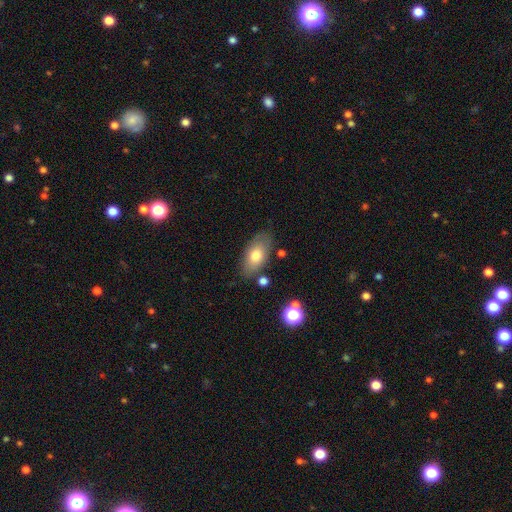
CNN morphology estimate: Q: Smooth or featured?
A: smooth (72%); runner-up: featured or disk (21%)
Q: How rounded?
A: in between (91%); runner-up: round (5%)
Q: Merging?
A: none (75%); runner-up: minor disturbance (16%)